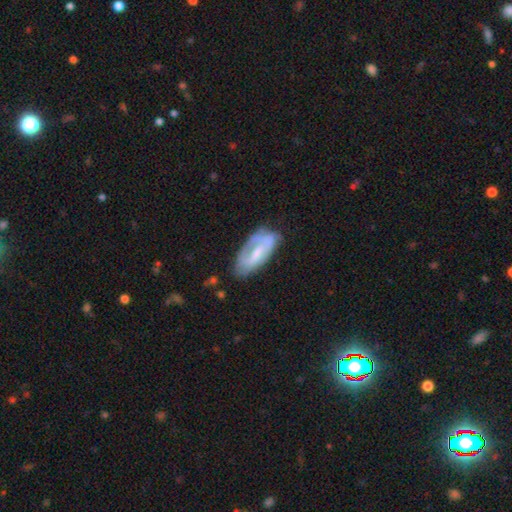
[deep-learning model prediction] A featured or disk galaxy (59%) with a weak bar (38%), spiral arms (60%) and a small central bulge (44%).

Vote fractions:
- Smooth or featured? featured or disk: 59% / smooth: 32% / star or artifact: 9%
- Edge-on disk? no: 87% / yes: 13%
- Bar? weak: 38% / no: 36% / strong: 26%
- Spiral arms? yes: 60% / no: 40%
- Bulge size? small: 44% / moderate: 38% / none: 13% / large: 4% / dominant: 1%
- Merging? none: 64% / minor disturbance: 23% / major disturbance: 10% / merger: 3%